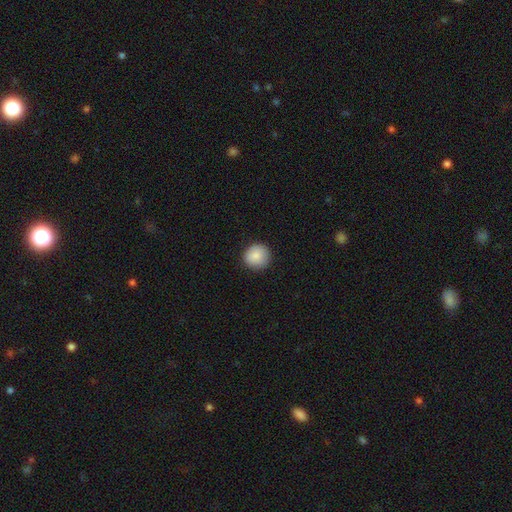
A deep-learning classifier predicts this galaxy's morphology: Overall: smooth (86%). How rounded: round (93%). Merging: none (89%).